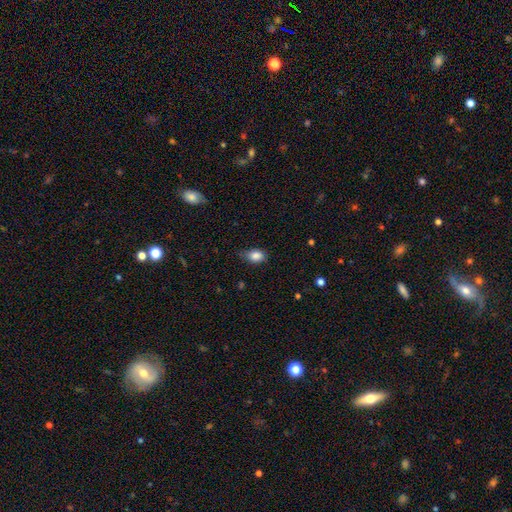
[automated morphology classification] This is clearly a smooth galaxy (86%). How rounded: likely in between (78%). Merging: likely none (64%).